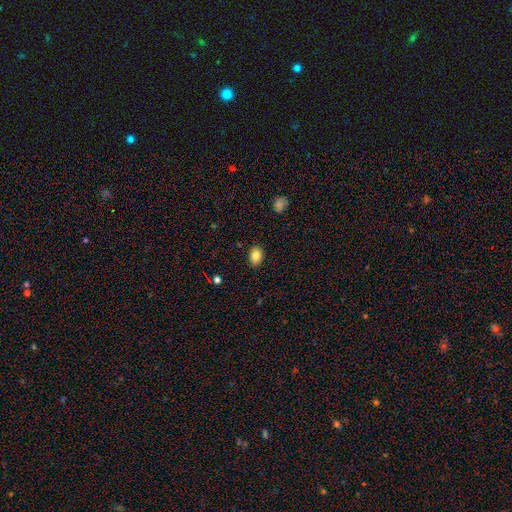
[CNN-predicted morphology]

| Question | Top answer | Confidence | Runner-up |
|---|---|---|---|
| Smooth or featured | smooth | 84% | star or artifact (9%) |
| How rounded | in between | 75% | round (24%) |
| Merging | none | 88% | minor disturbance (9%) |